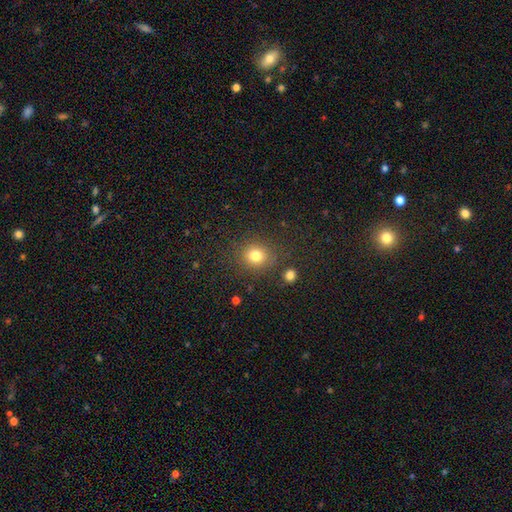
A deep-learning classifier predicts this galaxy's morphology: smooth-or-featured: smooth: 79% | star or artifact: 14% | featured or disk: 7%
  how-rounded: round: 80% | in between: 19% | cigar-shaped: 1%
  merging: none: 83% | minor disturbance: 10% | major disturbance: 4% | merger: 3%